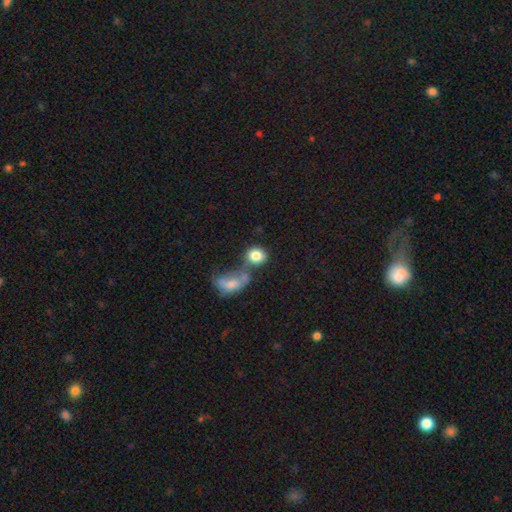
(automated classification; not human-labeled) smooth 80%, featured or disk 11%, star or artifact 9%. Down the decision tree: how rounded — round (60%); merging — merger (43%).